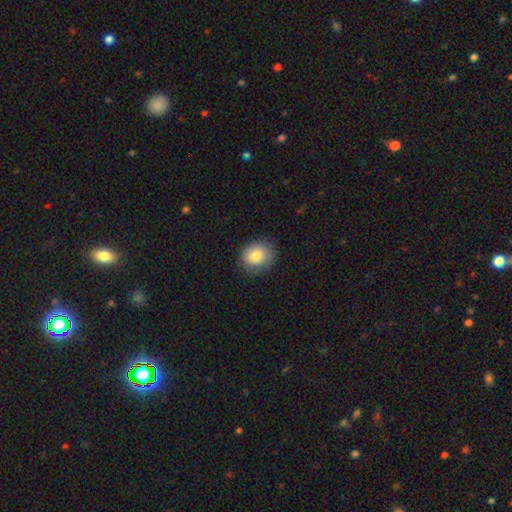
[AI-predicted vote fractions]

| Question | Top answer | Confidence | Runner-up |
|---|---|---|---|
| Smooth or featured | smooth | 82% | featured or disk (10%) |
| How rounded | round | 60% | in between (39%) |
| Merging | none | 80% | minor disturbance (15%) |